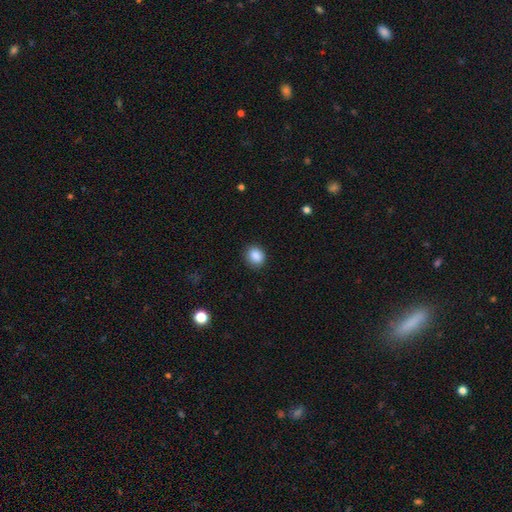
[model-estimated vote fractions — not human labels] The model was most divided on "how rounded": round: 67%, in between: 32%, cigar-shaped: 1%. More confident: smooth or featured — smooth (88%); merging — none (86%).